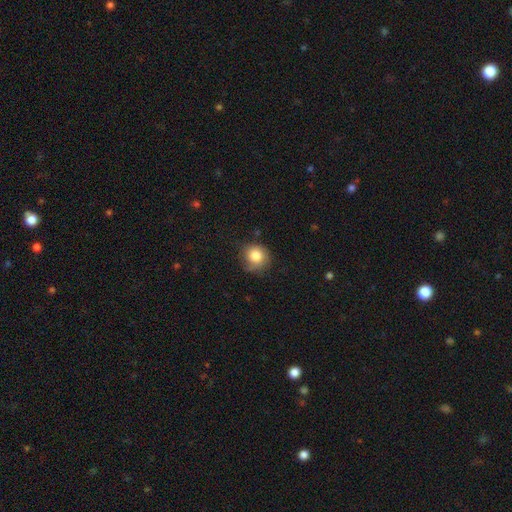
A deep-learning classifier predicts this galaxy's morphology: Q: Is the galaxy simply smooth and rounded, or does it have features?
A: smooth — 82%.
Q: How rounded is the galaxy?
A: round — 88%.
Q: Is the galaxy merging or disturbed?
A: none — 67%.